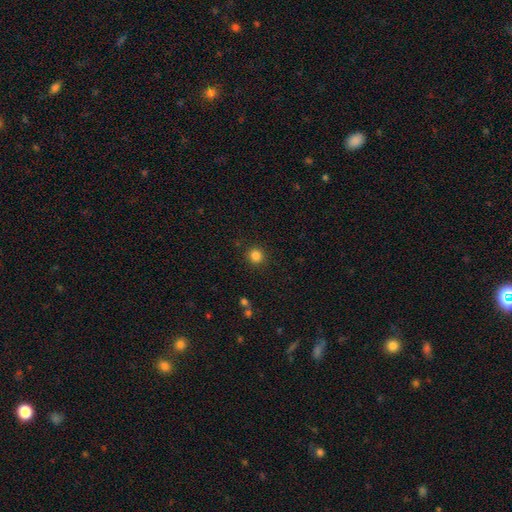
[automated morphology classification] This appears to be a smooth galaxy with no disk features (84%) that is round (91%). Merging: none (91%).